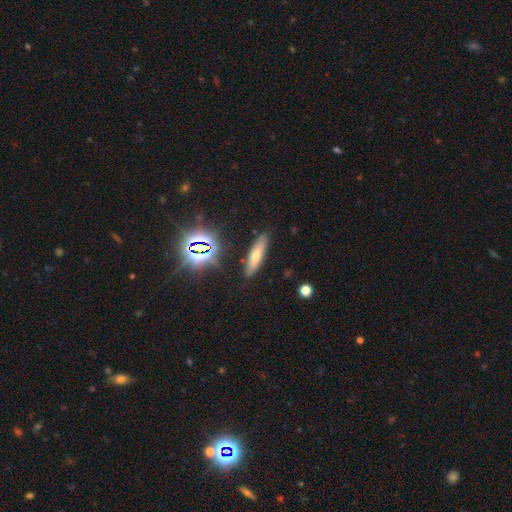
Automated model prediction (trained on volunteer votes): This is possibly a smooth galaxy (53%). How rounded: likely cigar-shaped (72%). Merging: clearly none (86%).